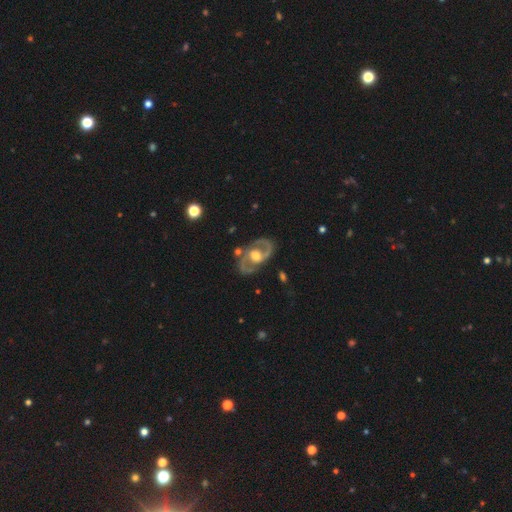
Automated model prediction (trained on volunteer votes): Overall: featured or disk (86%). Edge-on disk: no (96%). Bar: no (54%; weak 35%). Spiral arms: yes (89%). Spiral arm count: 2 (91%). Spiral winding: medium (58%; loose 21%). Bulge size: moderate (64%; large 25%). Merging: none (78%).